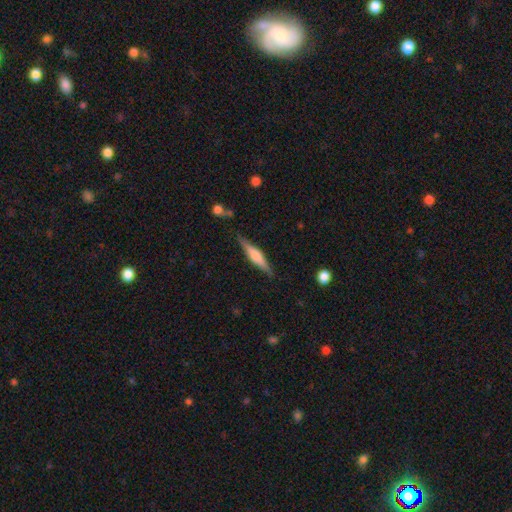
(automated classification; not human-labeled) Smooth or featured?
  - featured or disk: 52% *
  - smooth: 42%
  - star or artifact: 6%
Edge-on disk?
  - yes: 96% *
  - no: 4%
Edge-on bulge?
  - rounded: 61% *
  - boxy: 28%
  - none: 11%
Merging?
  - none: 85% *
  - minor disturbance: 11%
  - major disturbance: 2%
  - merger: 2%